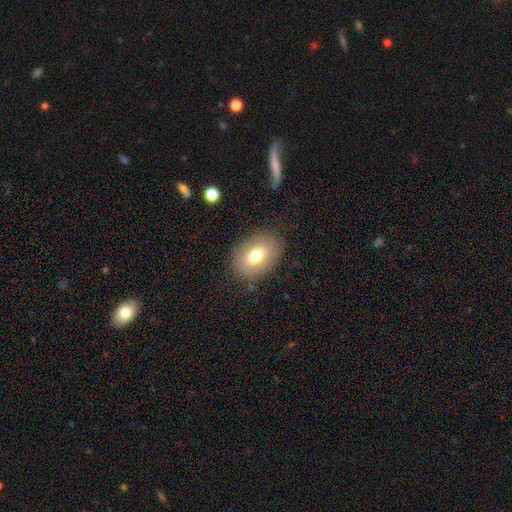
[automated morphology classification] A smooth galaxy with no disk features (72%) that is in between round and cigar-shaped (82%). Merging: none (83%).